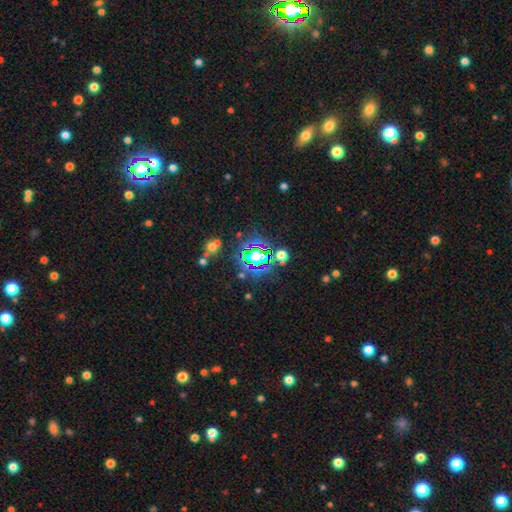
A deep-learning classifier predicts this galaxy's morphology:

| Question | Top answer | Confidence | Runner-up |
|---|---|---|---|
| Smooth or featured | star or artifact | 62% | smooth (25%) |